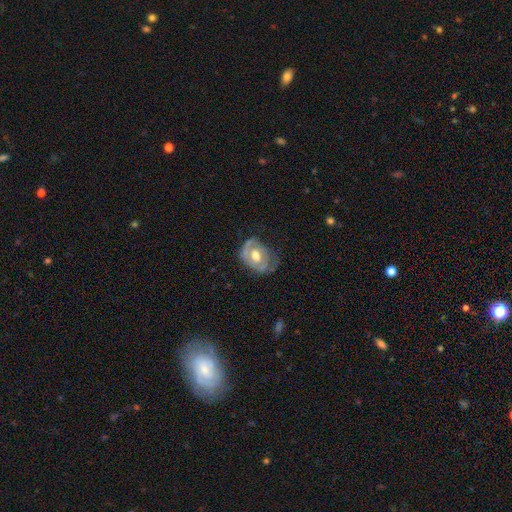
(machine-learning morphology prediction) smooth_or_featured: featured or disk (p=0.64) [alt: smooth p=0.30]
disk_edge_on: no (p=0.95) [alt: yes p=0.05]
bar: no (p=0.64) [alt: weak p=0.29]
has_spiral_arms: yes (p=0.59) [alt: no p=0.41]
bulge_size: moderate (p=0.68) [alt: large p=0.21]
merging: none (p=0.45) [alt: minor disturbance p=0.32]